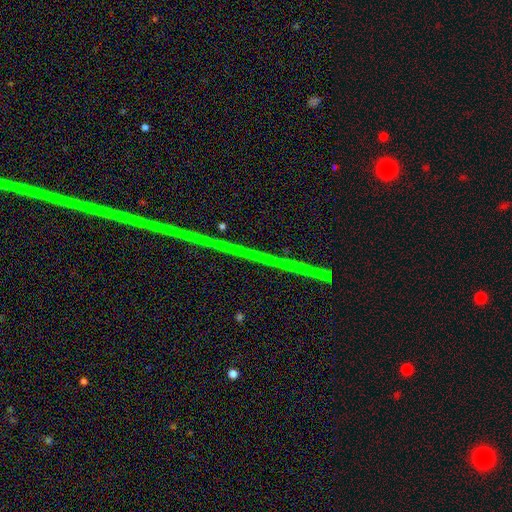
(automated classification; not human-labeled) Smooth or featured: star or artifact — 77% (featured or disk — 14%)